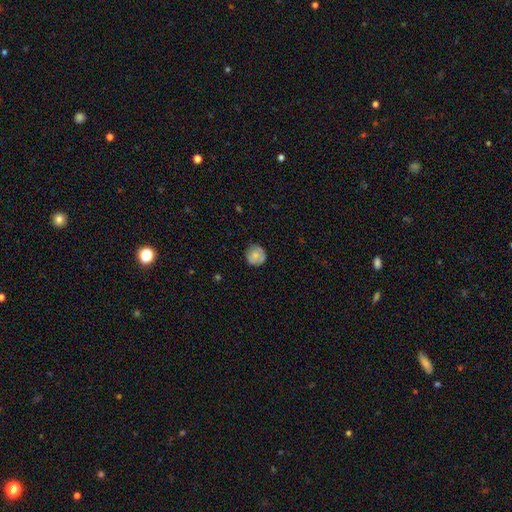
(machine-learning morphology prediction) Q: Smooth or featured?
A: smooth (72%); runner-up: featured or disk (20%)
Q: How rounded?
A: round (90%); runner-up: in between (9%)
Q: Merging?
A: none (76%); runner-up: minor disturbance (20%)